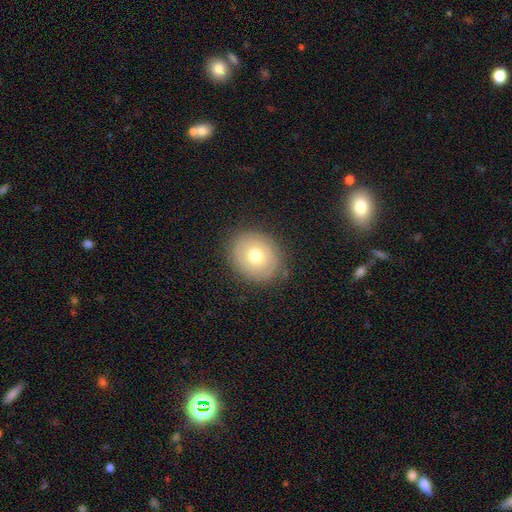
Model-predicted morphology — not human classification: Smooth or featured? smooth (60%)
How rounded? round (68%)
Merging? none (84%)